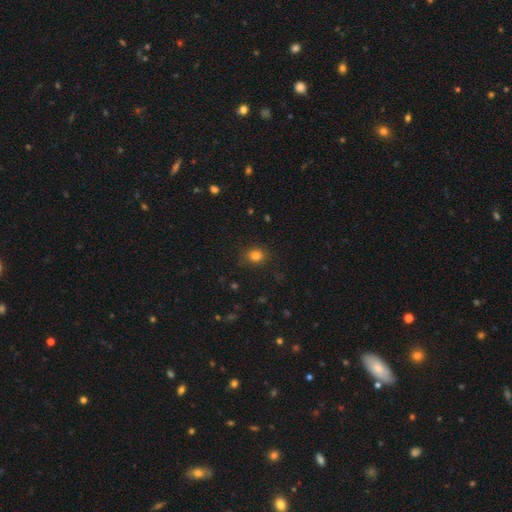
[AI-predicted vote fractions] Smooth or featured: smooth — 82% (star or artifact — 13%)
How rounded: round — 74% (in between — 25%)
Merging: none — 87% (minor disturbance — 9%)